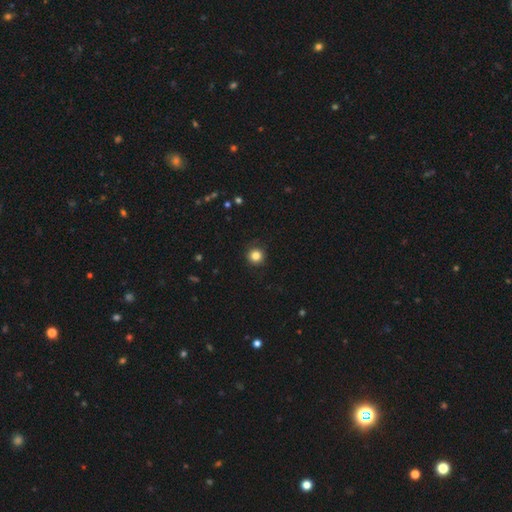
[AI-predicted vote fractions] This is clearly a smooth galaxy (84%). How rounded: clearly round (95%). Merging: clearly none (90%).